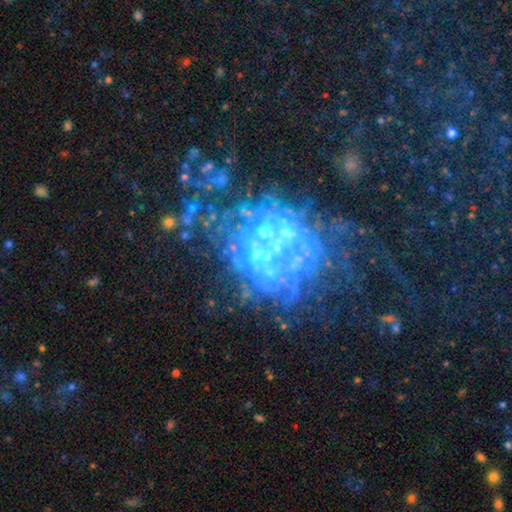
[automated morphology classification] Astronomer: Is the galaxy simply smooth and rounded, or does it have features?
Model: featured or disk — 67%.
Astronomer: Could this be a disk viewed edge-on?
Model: no — 98%.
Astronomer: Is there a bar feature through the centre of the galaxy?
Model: no — 91%.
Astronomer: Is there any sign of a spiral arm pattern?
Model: no — 90%.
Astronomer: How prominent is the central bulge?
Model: none — 48% (runner-up: moderate, 26%).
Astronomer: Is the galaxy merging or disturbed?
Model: none — 32% (runner-up: major disturbance, 30%).